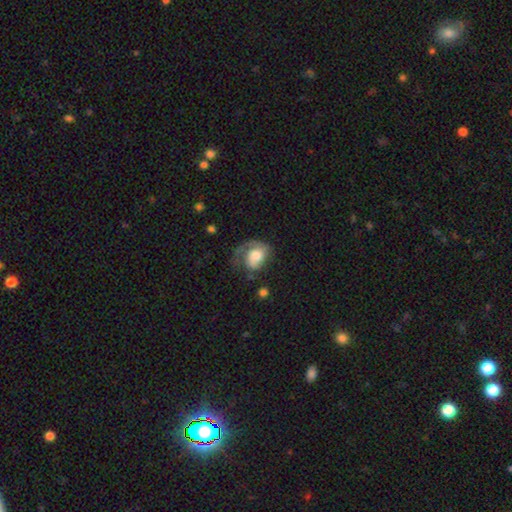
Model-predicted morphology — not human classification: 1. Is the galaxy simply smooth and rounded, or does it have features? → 62% featured or disk, 31% smooth, 7% star or artifact.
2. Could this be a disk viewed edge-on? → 97% no, 3% yes.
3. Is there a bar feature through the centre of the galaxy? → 68% no, 26% weak, 5% strong.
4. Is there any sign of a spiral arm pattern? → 87% yes, 13% no.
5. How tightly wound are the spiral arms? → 37% medium, 36% tight, 27% loose.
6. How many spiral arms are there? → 72% 1, 17% 2, 7% can't tell, 2% 3, 1% 4, 1% more than 4.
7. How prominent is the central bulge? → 49% moderate, 29% large, 15% small, 4% none, 3% dominant.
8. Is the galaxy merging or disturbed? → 39% none, 35% major disturbance, 22% minor disturbance, 3% merger.